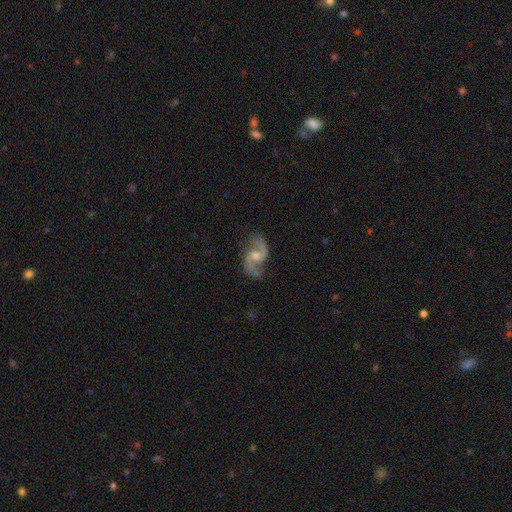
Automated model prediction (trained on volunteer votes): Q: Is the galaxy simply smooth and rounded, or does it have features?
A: featured or disk — 90%.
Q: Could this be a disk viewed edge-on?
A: no — 98%.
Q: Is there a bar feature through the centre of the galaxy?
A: no — 47%.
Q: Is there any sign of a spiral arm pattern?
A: yes — 97%.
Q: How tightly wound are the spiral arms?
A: loose — 49%.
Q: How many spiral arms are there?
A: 2 — 94%.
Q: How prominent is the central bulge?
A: moderate — 56%.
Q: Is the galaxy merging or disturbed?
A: none — 82%.